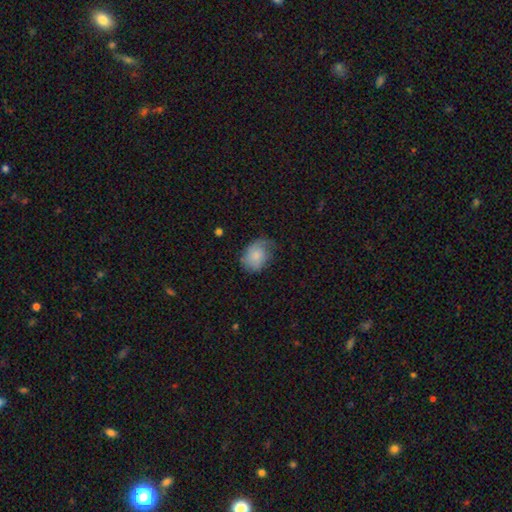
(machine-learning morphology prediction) A smooth galaxy with no disk features (63%) that is in between round and cigar-shaped (67%). Merging: none (45%).